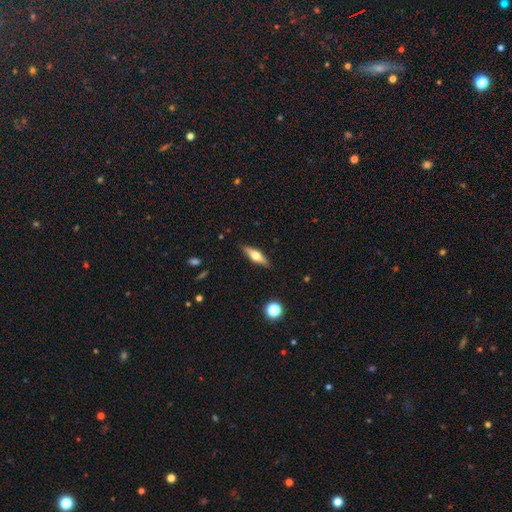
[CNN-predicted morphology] Smooth or featured?
  - featured or disk: 50% *
  - smooth: 43%
  - star or artifact: 7%
Edge-on disk?
  - yes: 92% *
  - no: 8%
Merging?
  - none: 88% *
  - minor disturbance: 9%
  - major disturbance: 2%
  - merger: 1%